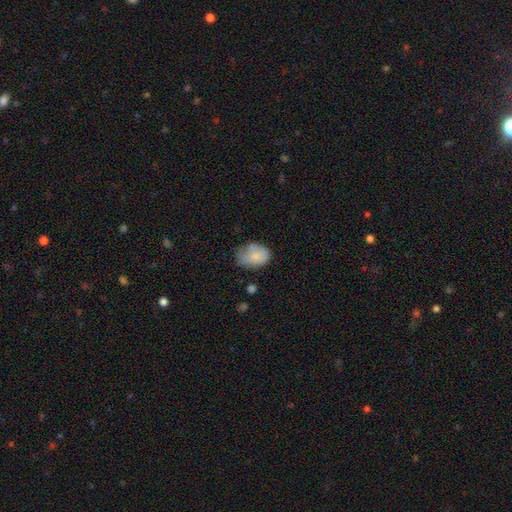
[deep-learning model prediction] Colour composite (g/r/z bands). It shows a smooth galaxy with no disk features (78%) that is in between round and cigar-shaped (71%). Merging: none (44%).